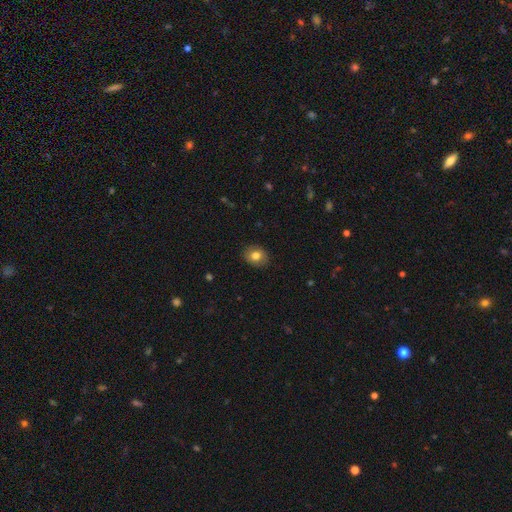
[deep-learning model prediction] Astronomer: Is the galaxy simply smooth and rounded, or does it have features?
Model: smooth — 80%.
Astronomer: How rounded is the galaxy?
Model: round — 54% (runner-up: in between, 45%).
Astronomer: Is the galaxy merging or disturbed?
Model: none — 88%.